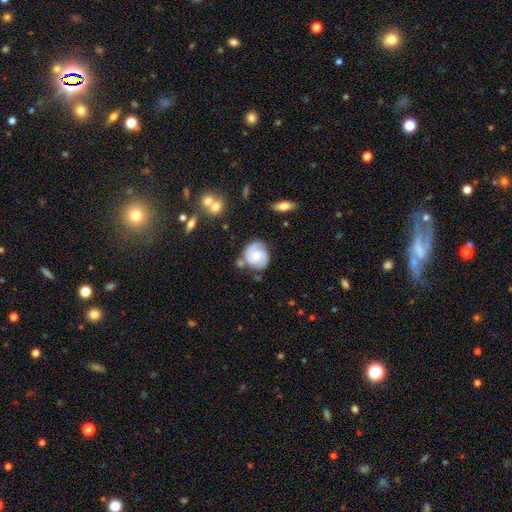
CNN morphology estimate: Smooth or featured: featured or disk — 75% (smooth — 20%)
Edge-on disk: no — 98% (yes — 2%)
Bar: no — 64% (weak — 31%)
Spiral arms: yes — 94% (no — 6%)
Spiral winding: tight — 54% (medium — 36%)
Spiral arm count: 2 — 76% (can't tell — 10%)
Bulge size: moderate — 61% (small — 34%)
Merging: none — 68% (minor disturbance — 20%)